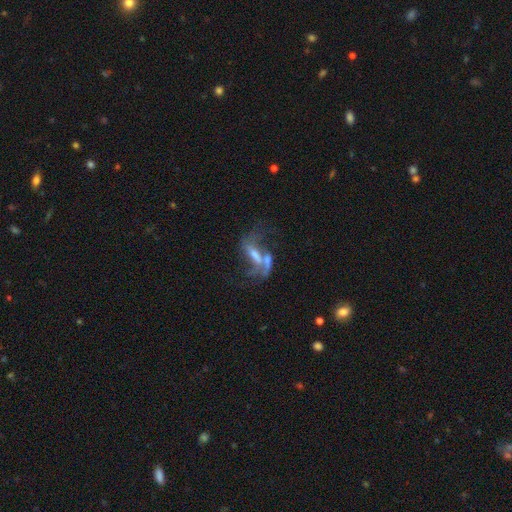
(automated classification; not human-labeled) A featured or disk galaxy (67%) with no bar (36%), spiral arms (65%) and a moderate central bulge (32%). Merging: merger (39%).